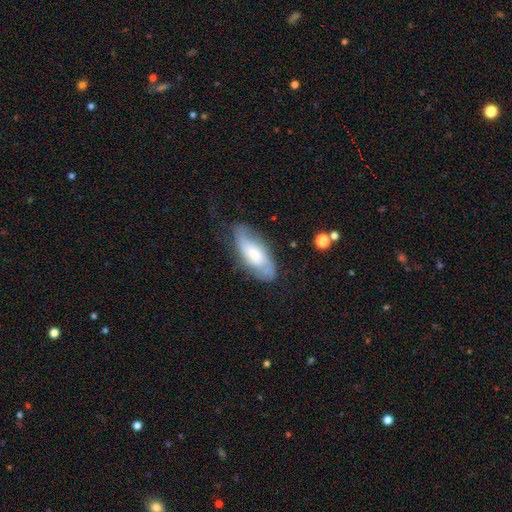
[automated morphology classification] featured or disk 49%, smooth 44%, star or artifact 7%. Down the decision tree: merging — none (66%).